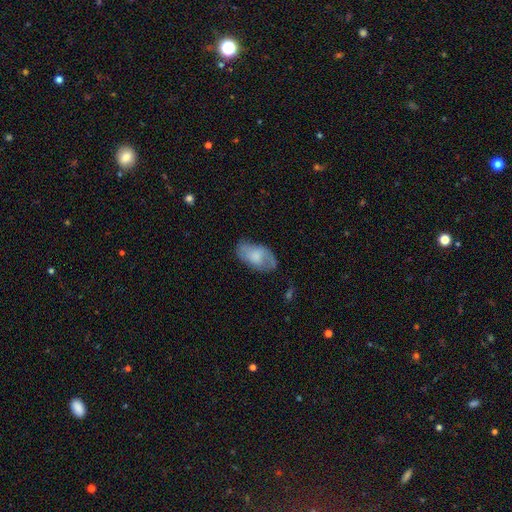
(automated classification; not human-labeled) The model was most divided on "smooth or featured": smooth: 62%, featured or disk: 31%, star or artifact: 7%. More confident: how rounded — in between (94%); merging — none (62%).